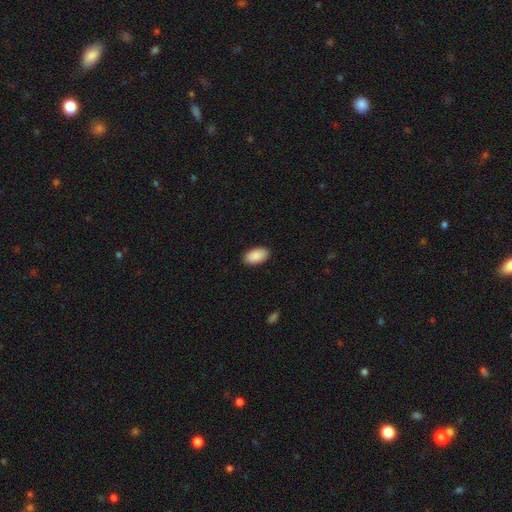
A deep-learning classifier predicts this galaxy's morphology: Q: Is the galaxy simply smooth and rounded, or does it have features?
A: smooth — 90%.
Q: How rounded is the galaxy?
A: in between — 95%.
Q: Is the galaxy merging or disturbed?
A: none — 89%.